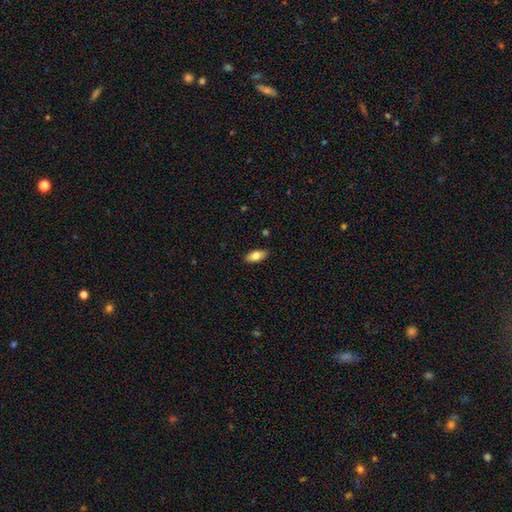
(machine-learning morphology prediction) Q: Smooth or featured?
A: smooth (75%); runner-up: featured or disk (18%)
Q: How rounded?
A: in between (86%); runner-up: cigar-shaped (12%)
Q: Merging?
A: none (87%); runner-up: minor disturbance (10%)